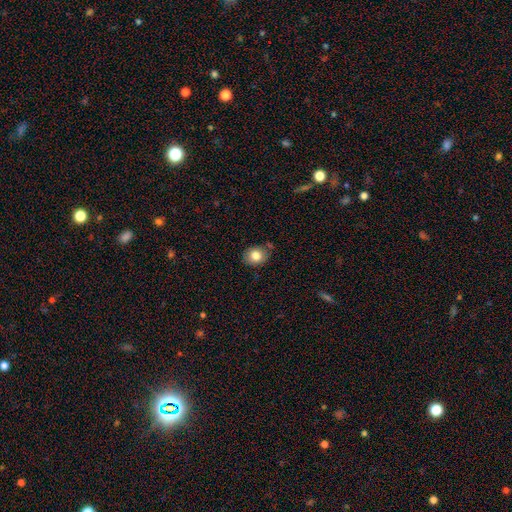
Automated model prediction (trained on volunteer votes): A smooth galaxy with no disk features (80%) that is round (58%).

Vote fractions:
- Smooth or featured? smooth: 80% / featured or disk: 11% / star or artifact: 9%
- How rounded? round: 58% / in between: 41% / cigar-shaped: 1%
- Merging? none: 77% / minor disturbance: 16% / merger: 4% / major disturbance: 3%